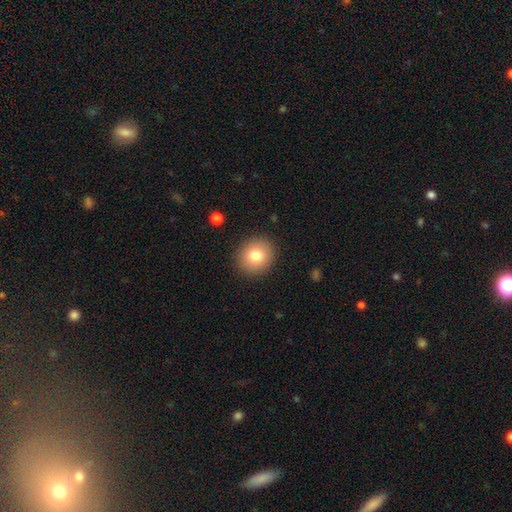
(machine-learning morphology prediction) Smooth or featured: smooth — 79% (featured or disk — 11%)
How rounded: round — 85% (in between — 14%)
Merging: none — 90% (minor disturbance — 6%)